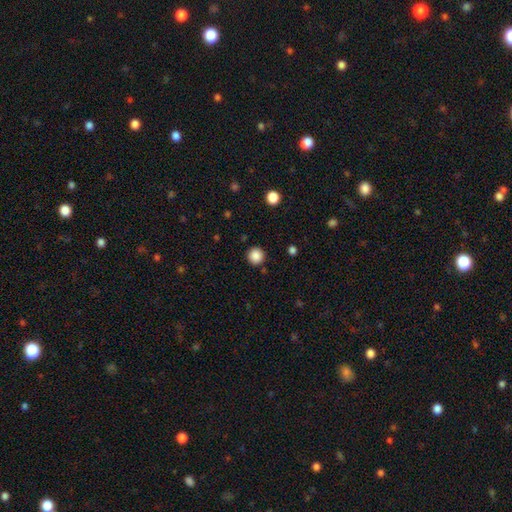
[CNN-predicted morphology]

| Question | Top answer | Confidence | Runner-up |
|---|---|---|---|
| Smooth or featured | smooth | 87% | star or artifact (11%) |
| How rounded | round | 95% | in between (4%) |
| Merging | none | 90% | minor disturbance (6%) |